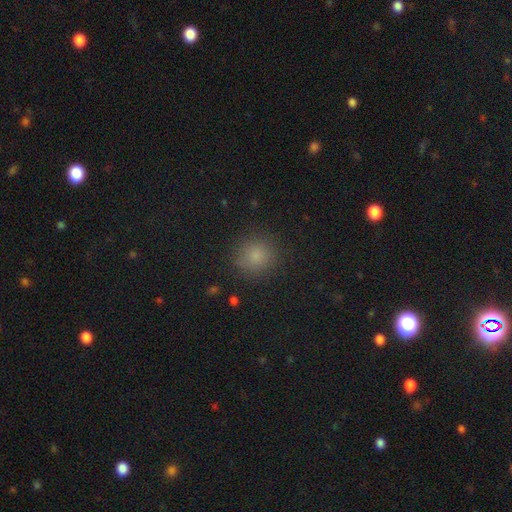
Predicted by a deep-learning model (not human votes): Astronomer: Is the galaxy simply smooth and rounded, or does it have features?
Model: smooth — 81%.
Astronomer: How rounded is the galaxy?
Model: round — 89%.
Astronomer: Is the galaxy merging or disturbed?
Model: none — 87%.